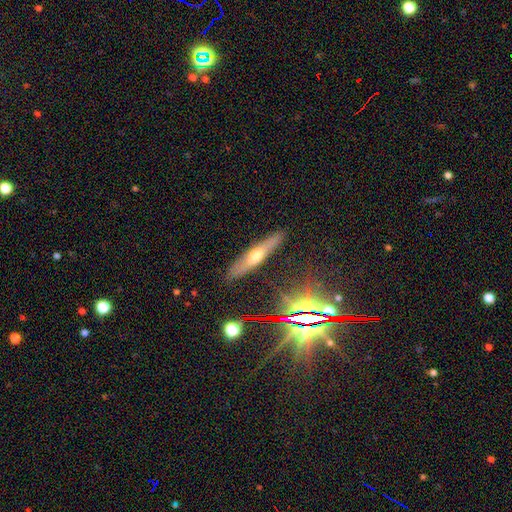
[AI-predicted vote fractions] Smooth or featured? Predicted: featured or disk (p=0.50). Edge-on disk? Predicted: yes (p=0.86). Merging? Predicted: none (p=0.87).